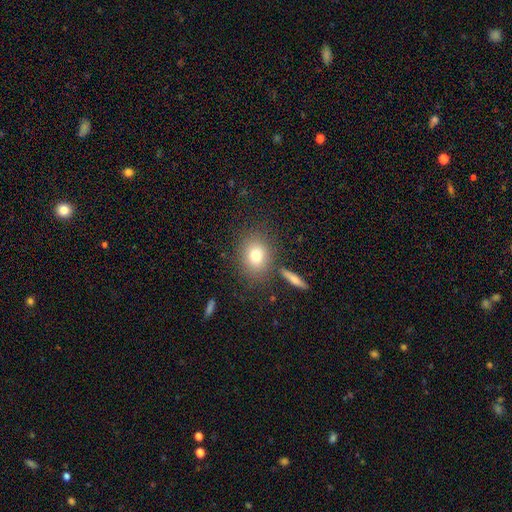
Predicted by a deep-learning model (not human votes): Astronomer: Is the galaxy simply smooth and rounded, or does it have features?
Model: smooth — 76%.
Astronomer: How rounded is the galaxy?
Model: round — 56% (runner-up: in between, 42%).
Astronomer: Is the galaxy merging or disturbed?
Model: none — 79%.